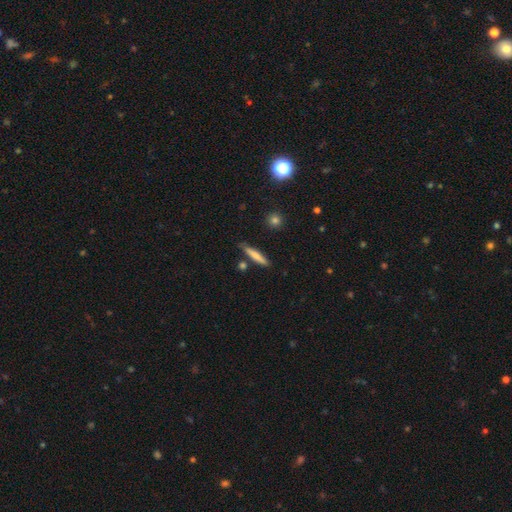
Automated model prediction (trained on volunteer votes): The model was most divided on "smooth or featured": smooth: 71%, featured or disk: 23%, star or artifact: 6%. More confident: how rounded — cigar-shaped (91%); merging — none (80%).